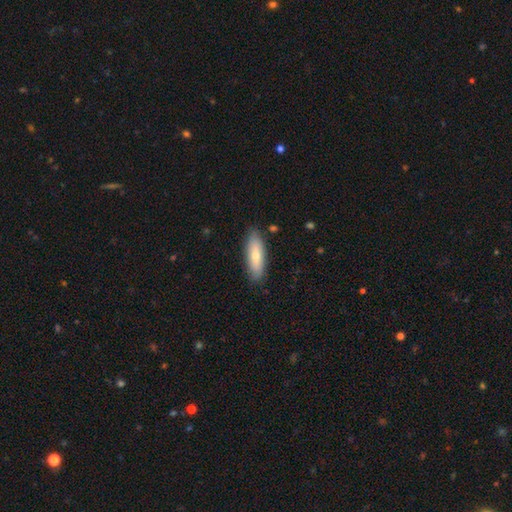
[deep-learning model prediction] This appears to be a smooth galaxy with no disk features (72%) that is in between round and cigar-shaped (49%, tied with cigar-shaped). Merging: none (86%).